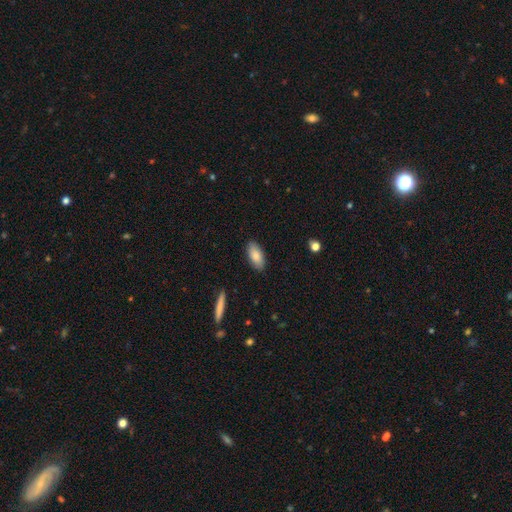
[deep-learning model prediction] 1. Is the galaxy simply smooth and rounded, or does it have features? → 84% smooth, 10% featured or disk, 6% star or artifact.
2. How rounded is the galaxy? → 89% in between, 9% cigar-shaped, 2% round.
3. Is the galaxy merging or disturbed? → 88% none, 9% minor disturbance, 2% major disturbance, 1% merger.